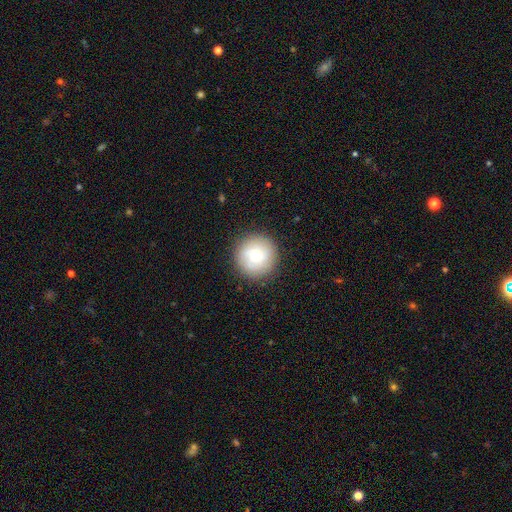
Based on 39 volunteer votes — Overall: smooth (74%). How rounded: round (100%). Merging: none (81%).